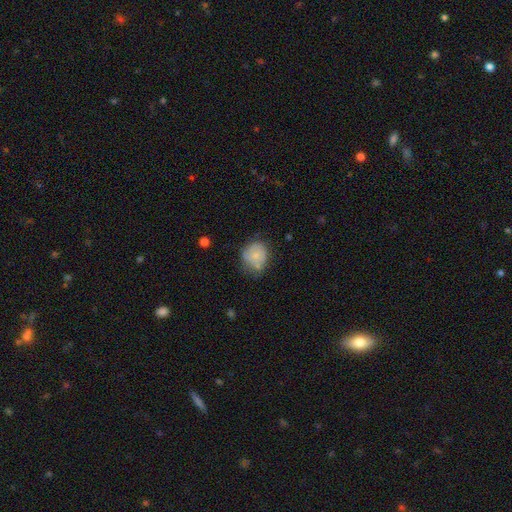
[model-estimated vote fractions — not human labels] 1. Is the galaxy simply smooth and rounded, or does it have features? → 72% smooth, 19% featured or disk, 8% star or artifact.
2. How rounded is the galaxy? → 74% round, 25% in between, 1% cigar-shaped.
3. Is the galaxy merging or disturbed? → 48% none, 32% minor disturbance, 10% major disturbance, 10% merger.